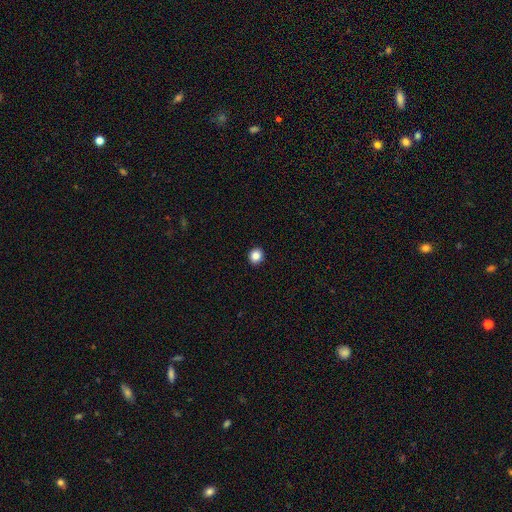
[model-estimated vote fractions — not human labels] The model was most divided on "how rounded": round: 82%, in between: 17%, cigar-shaped: 1%. More confident: merging — none (93%); smooth or featured — smooth (86%).